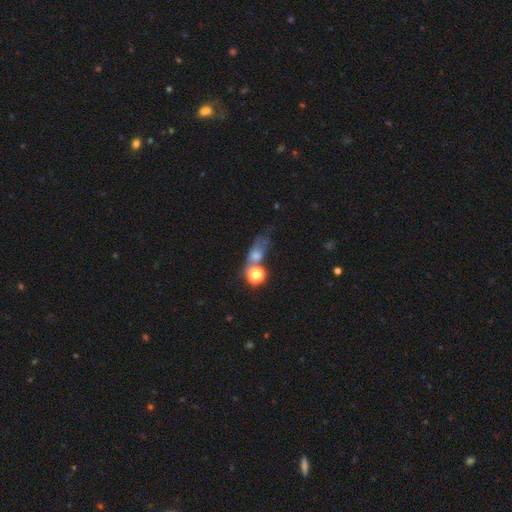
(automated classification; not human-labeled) smooth_or_featured: smooth (p=0.58) [alt: star or artifact p=0.23]
how_rounded: in between (p=0.48) [alt: round p=0.43]
merging: none (p=0.32) [alt: merger p=0.31]